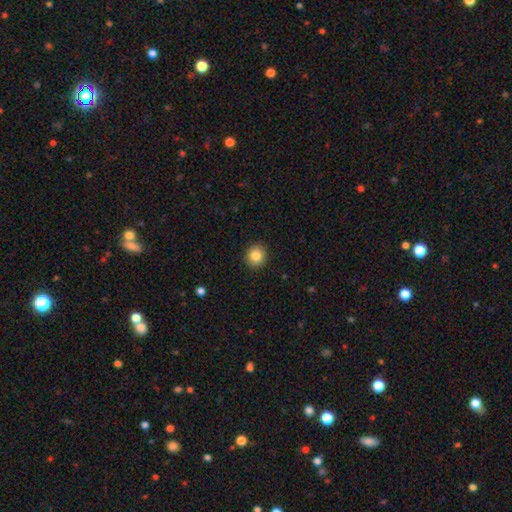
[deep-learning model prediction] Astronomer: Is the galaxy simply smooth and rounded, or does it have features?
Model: smooth — 84%.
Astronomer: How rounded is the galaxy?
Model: round — 90%.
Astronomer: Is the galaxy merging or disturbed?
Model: none — 92%.